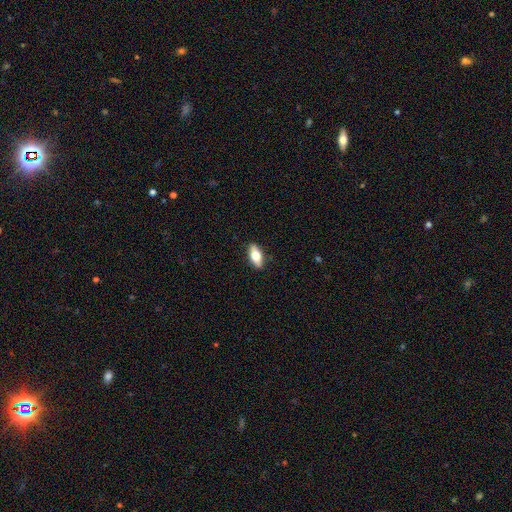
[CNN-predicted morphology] Overall: smooth (65%; featured or disk 28%). How rounded: in between (80%). Merging: none (88%).